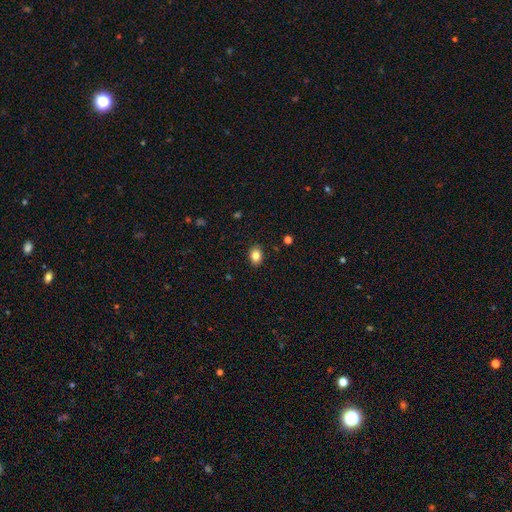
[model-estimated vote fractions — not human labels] This appears to be a smooth galaxy with no disk features (85%) that is in between round and cigar-shaped (67%). Merging: none (89%).